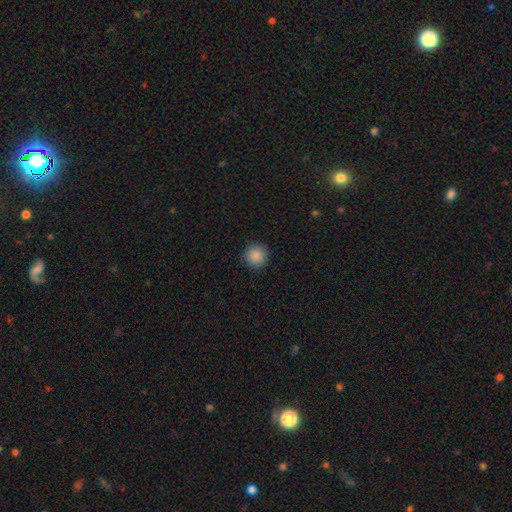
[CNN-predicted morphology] Smooth or featured?
  - smooth: 87% *
  - star or artifact: 9%
  - featured or disk: 3%
How rounded?
  - round: 95% *
  - in between: 4%
  - cigar-shaped: 1%
Merging?
  - none: 92% *
  - minor disturbance: 6%
  - major disturbance: 2%
  - merger: 1%